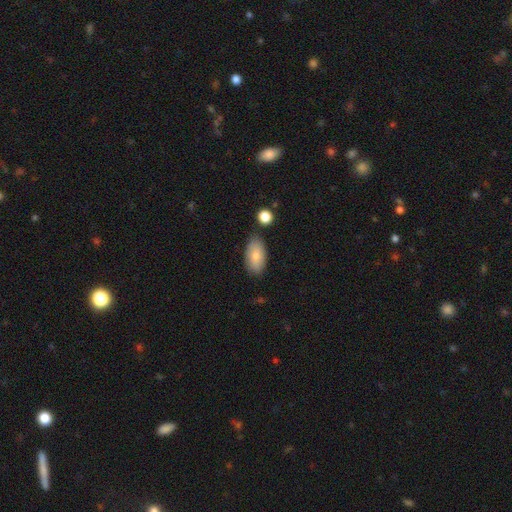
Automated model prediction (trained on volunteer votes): This is clearly a smooth galaxy (82%). How rounded: clearly in between (94%). Merging: likely none (78%).